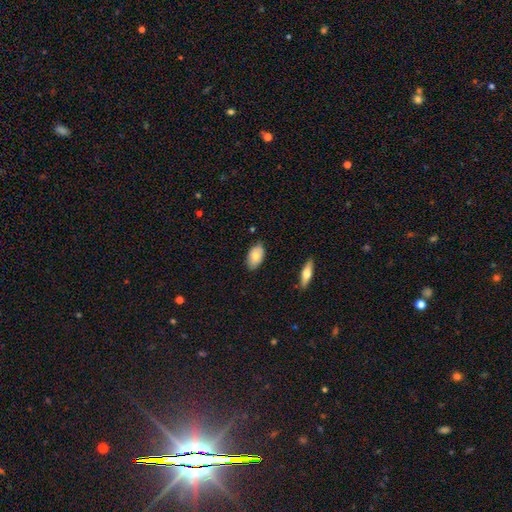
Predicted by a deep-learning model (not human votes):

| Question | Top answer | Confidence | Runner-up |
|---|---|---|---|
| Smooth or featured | smooth | 73% | featured or disk (21%) |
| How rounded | in between | 93% | round (5%) |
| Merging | none | 81% | minor disturbance (15%) |